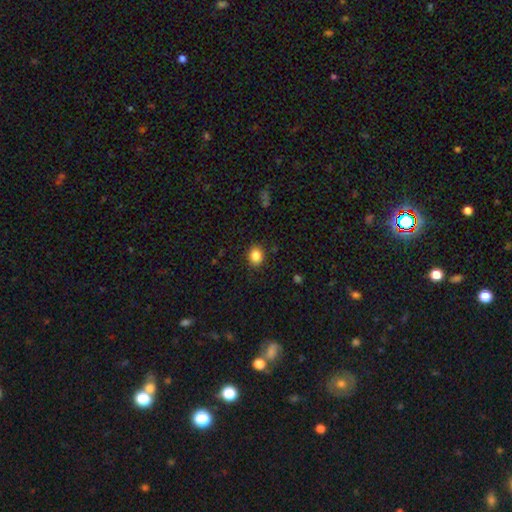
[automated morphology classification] Smooth or featured: smooth — 86% (star or artifact — 10%)
How rounded: round — 55% (in between — 44%)
Merging: none — 87% (minor disturbance — 9%)